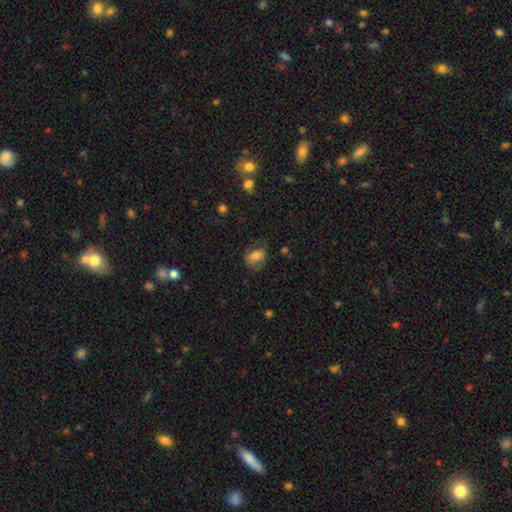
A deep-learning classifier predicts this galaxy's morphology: This appears to be a smooth galaxy with no disk features (65%) that is in between round and cigar-shaped (74%). Merging: none (62%).